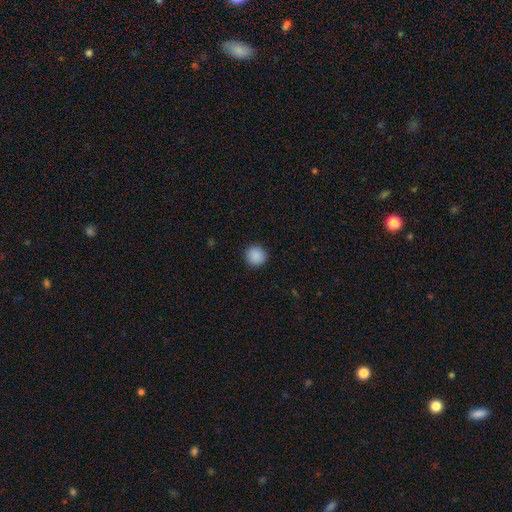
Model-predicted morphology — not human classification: Smooth or featured: smooth — 89% (star or artifact — 8%)
How rounded: round — 94% (in between — 5%)
Merging: none — 91% (minor disturbance — 6%)